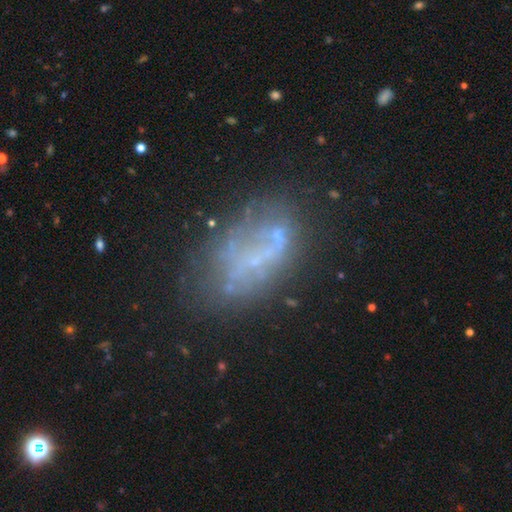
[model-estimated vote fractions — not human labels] Q: Smooth or featured?
A: featured or disk (55%); runner-up: smooth (27%)
Q: Edge-on disk?
A: no (95%); runner-up: yes (5%)
Q: Bar?
A: no (84%); runner-up: weak (11%)
Q: Spiral arms?
A: no (90%); runner-up: yes (10%)
Q: Bulge size?
A: none (67%); runner-up: small (26%)
Q: Merging?
A: none (48%); runner-up: major disturbance (21%)